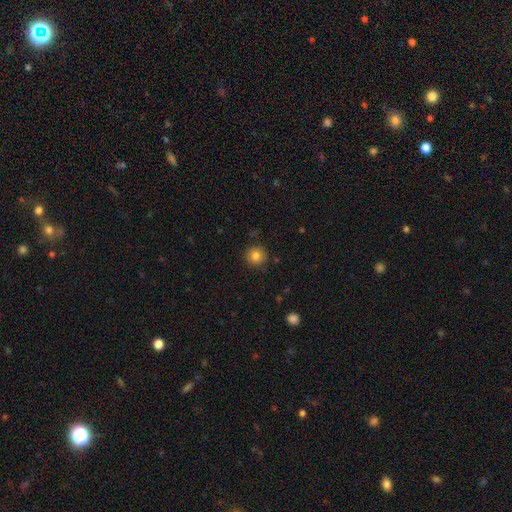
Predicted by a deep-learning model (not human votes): smooth 82%, star or artifact 11%, featured or disk 7%. Down the decision tree: how rounded — round (94%); merging — none (89%).